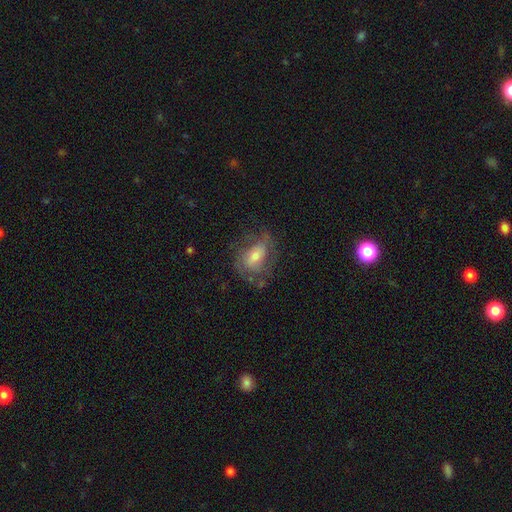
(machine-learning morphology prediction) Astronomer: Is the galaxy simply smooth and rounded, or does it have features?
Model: featured or disk — 60%.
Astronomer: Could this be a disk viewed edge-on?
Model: no — 94%.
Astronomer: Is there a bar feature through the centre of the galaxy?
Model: no — 50% (runner-up: weak, 37%).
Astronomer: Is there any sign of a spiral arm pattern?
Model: yes — 73%.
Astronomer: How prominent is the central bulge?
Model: moderate — 52% (runner-up: small, 36%).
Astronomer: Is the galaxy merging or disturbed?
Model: none — 55%.